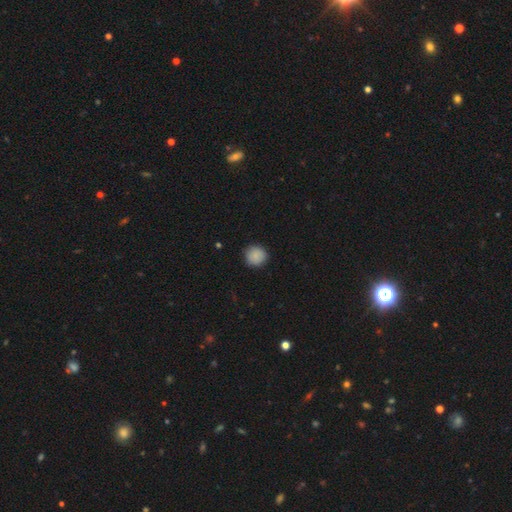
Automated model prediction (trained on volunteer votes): Overall: smooth (88%). How rounded: round (93%). Merging: none (88%).